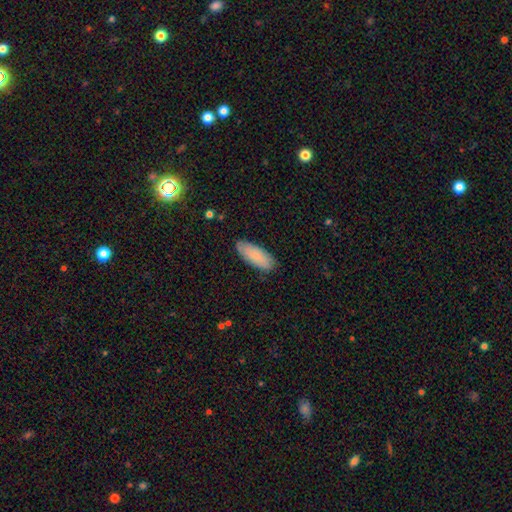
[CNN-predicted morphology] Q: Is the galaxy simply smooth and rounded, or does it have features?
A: smooth — 84%.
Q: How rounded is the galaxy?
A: in between — 77%.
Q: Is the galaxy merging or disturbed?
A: none — 85%.